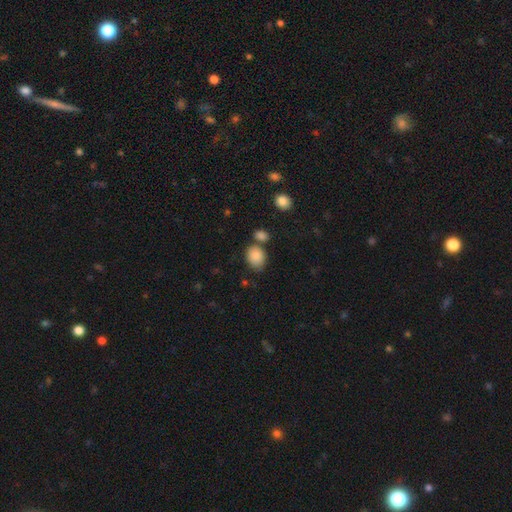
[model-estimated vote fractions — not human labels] Smooth or featured: smooth — 86% (star or artifact — 8%)
How rounded: in between — 60% (round — 39%)
Merging: none — 60% (merger — 19%)